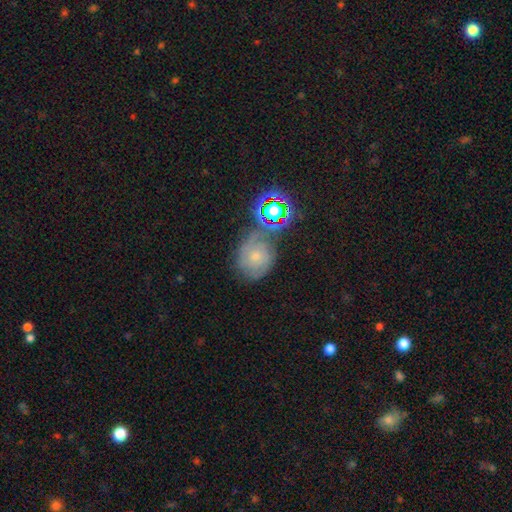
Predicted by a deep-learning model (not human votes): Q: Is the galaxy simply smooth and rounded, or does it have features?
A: featured or disk — 51%.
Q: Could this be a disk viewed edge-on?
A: no — 97%.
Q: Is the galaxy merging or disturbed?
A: none — 57%.